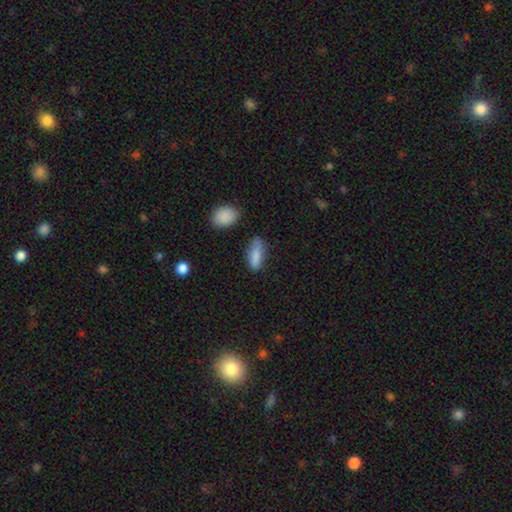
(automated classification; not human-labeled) Smooth or featured?
  - smooth: 83% *
  - featured or disk: 9%
  - star or artifact: 8%
How rounded?
  - in between: 69% *
  - cigar-shaped: 28%
  - round: 3%
Merging?
  - none: 61% *
  - minor disturbance: 26%
  - major disturbance: 8%
  - merger: 5%